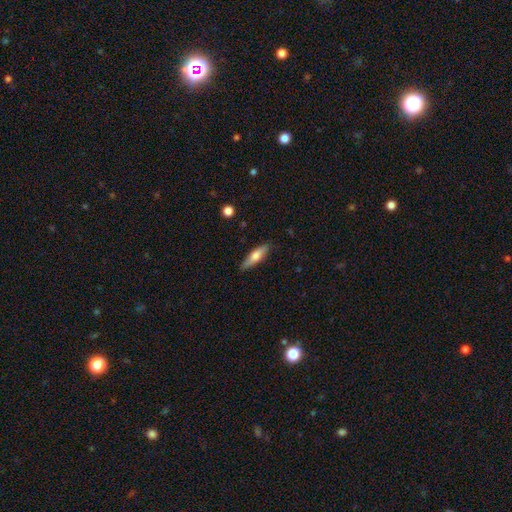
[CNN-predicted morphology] Smooth or featured: smooth — 62% (featured or disk — 32%)
How rounded: cigar-shaped — 63% (in between — 35%)
Merging: none — 83% (minor disturbance — 14%)